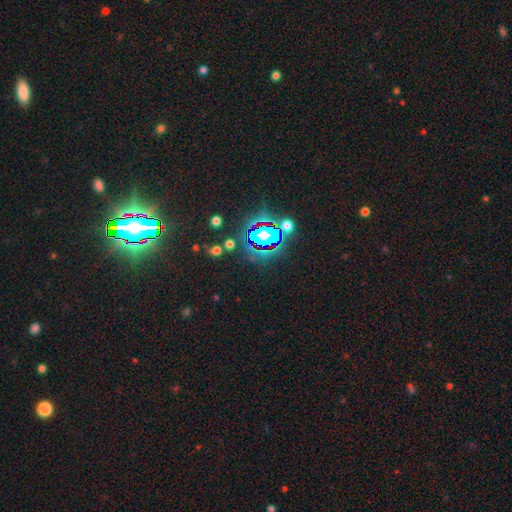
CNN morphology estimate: This is clearly a star or artifact rather than a galaxy (83%).